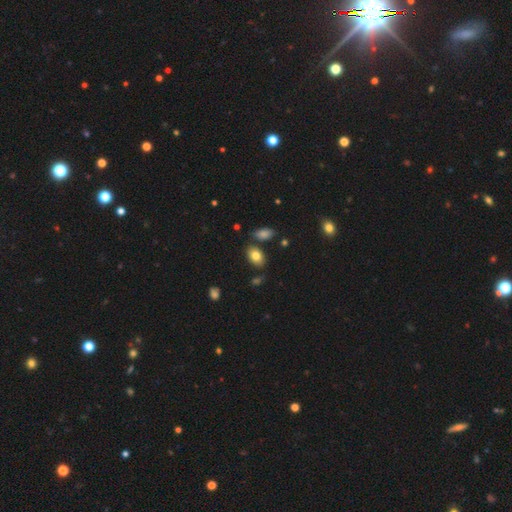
This is clearly a smooth galaxy (87%). How rounded: clearly in between (97%). Merging: clearly none (86%).